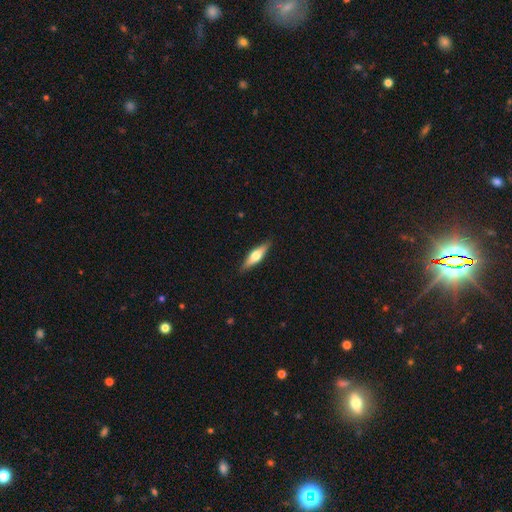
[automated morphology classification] Overall: featured or disk (47%, tied with smooth). Merging: none (89%).